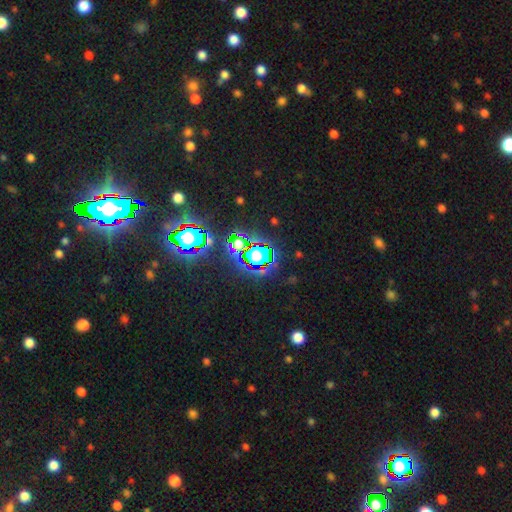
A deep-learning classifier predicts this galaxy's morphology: Q: Smooth or featured?
A: star or artifact (66%); runner-up: smooth (21%)